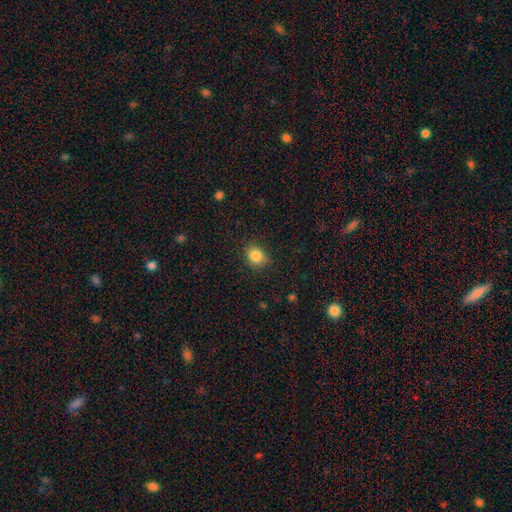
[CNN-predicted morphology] This is clearly a smooth galaxy (85%). How rounded: likely round (70%). Merging: likely none (79%).